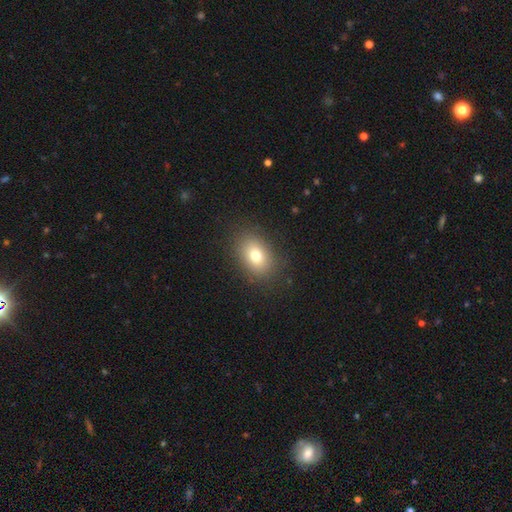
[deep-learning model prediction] smooth_or_featured: smooth (p=0.75) [alt: featured or disk p=0.13]
how_rounded: in between (p=0.72) [alt: round p=0.27]
merging: none (p=0.86) [alt: minor disturbance p=0.09]